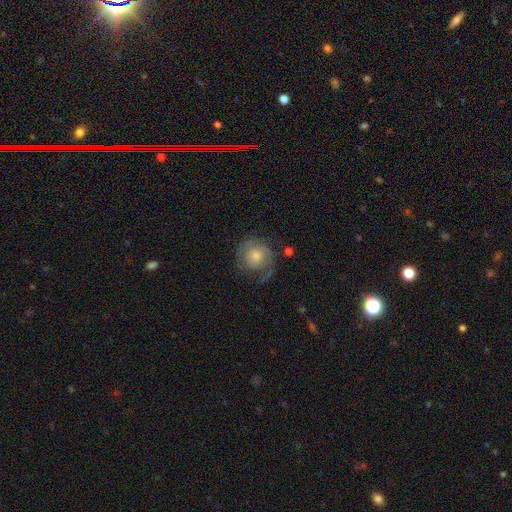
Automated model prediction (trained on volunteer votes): smooth-or-featured: featured or disk: 54% | smooth: 38% | star or artifact: 8%
  disk-edge-on: no: 98% | yes: 2%
    bar: no: 80% | weak: 17% | strong: 3%
    has-spiral-arms: yes: 79% | no: 21%
    bulge-size: small: 53% | moderate: 33% | large: 6% | none: 6% | dominant: 2%
  merging: none: 52% | major disturbance: 23% | minor disturbance: 22% | merger: 3%